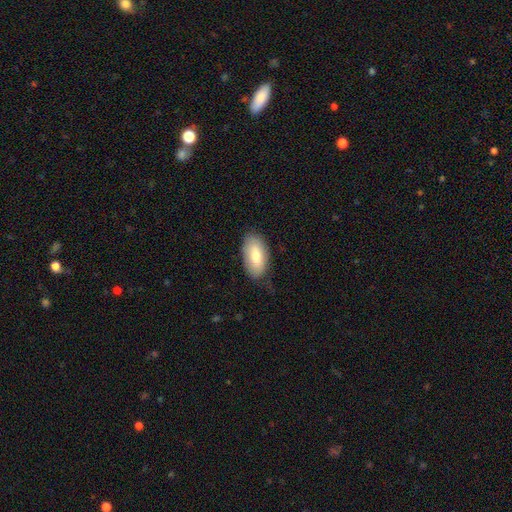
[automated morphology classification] Smooth or featured?
  - smooth: 77% *
  - featured or disk: 16%
  - star or artifact: 6%
How rounded?
  - in between: 93% *
  - cigar-shaped: 4%
  - round: 3%
Merging?
  - none: 76% *
  - minor disturbance: 18%
  - major disturbance: 4%
  - merger: 1%